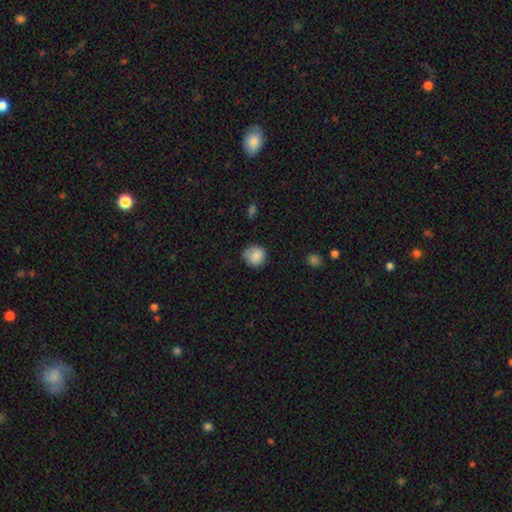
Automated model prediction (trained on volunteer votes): A smooth galaxy with no disk features (85%) that is round (86%). Merging: none (75%).